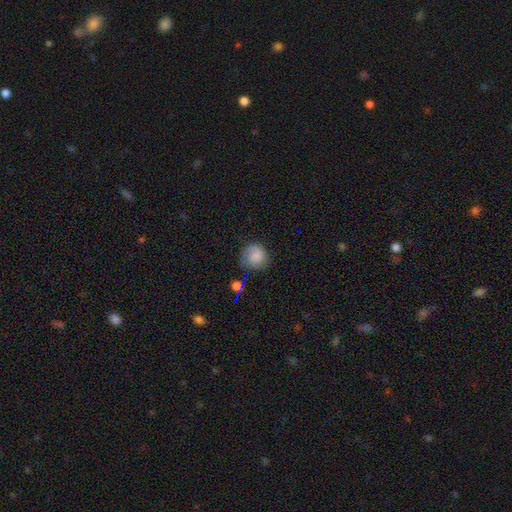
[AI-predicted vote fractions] Morphology: type=smooth (74%); roundness=round (85%); merging=none (66%).